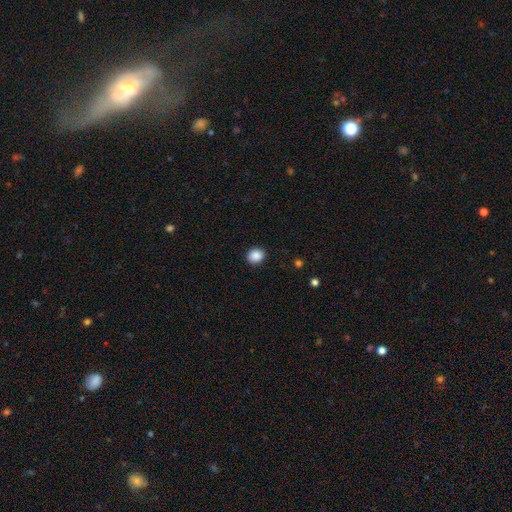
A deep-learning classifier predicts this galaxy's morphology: Q: Smooth or featured?
A: smooth (88%); runner-up: star or artifact (9%)
Q: How rounded?
A: round (70%); runner-up: in between (29%)
Q: Merging?
A: none (91%); runner-up: minor disturbance (6%)